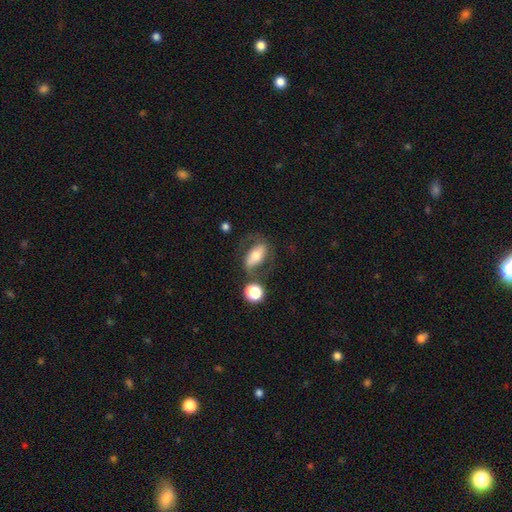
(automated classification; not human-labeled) Q: Smooth or featured?
A: featured or disk (46%); runner-up: smooth (45%)
Q: Merging?
A: none (53%); runner-up: minor disturbance (18%)